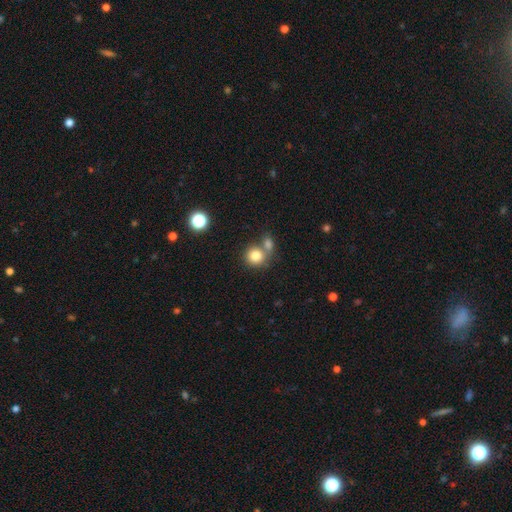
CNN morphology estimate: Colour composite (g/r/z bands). It shows a smooth galaxy with no disk features (81%) that is round (86%). Merging: none (50%).